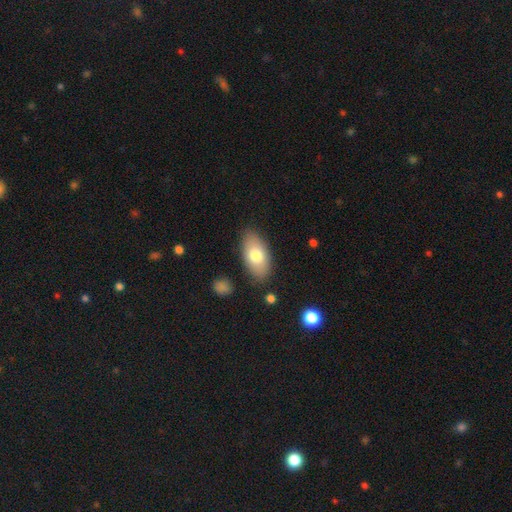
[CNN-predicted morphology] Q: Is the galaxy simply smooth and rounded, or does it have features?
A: smooth — 75%.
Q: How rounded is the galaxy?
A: in between — 93%.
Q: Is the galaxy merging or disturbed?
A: none — 84%.